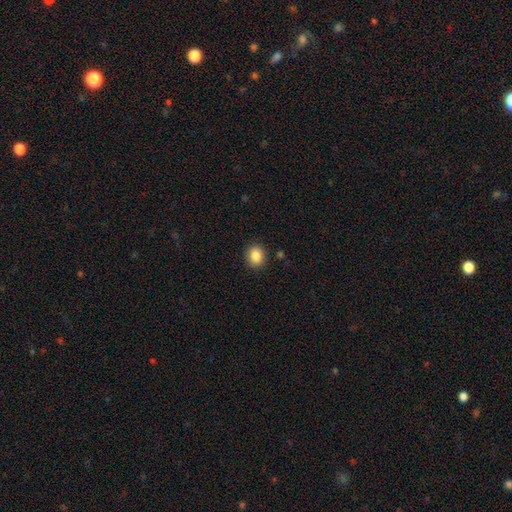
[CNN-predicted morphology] Smooth or featured: smooth — 87% (star or artifact — 9%)
How rounded: round — 62% (in between — 37%)
Merging: none — 89% (minor disturbance — 7%)